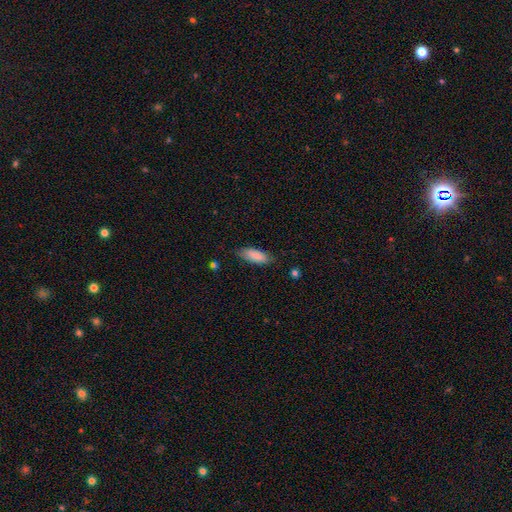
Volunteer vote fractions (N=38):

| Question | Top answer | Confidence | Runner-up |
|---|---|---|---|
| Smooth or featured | smooth | 89% | featured or disk (8%) |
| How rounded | in between | 88% | cigar-shaped (9%) |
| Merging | none | 78% | minor disturbance (22%) |